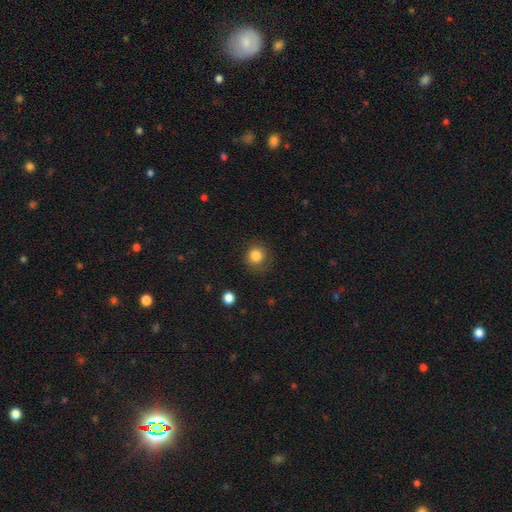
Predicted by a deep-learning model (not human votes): Smooth or featured? smooth (84%)
How rounded? round (87%)
Merging? none (80%)